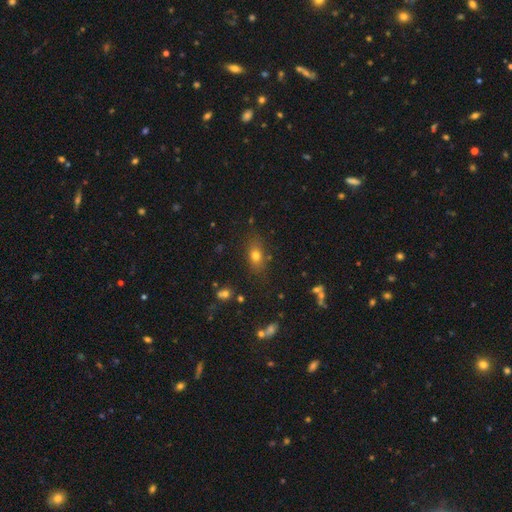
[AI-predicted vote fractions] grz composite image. It shows a smooth galaxy with no disk features (73%) that is in between round and cigar-shaped (72%). Merging: none (78%).